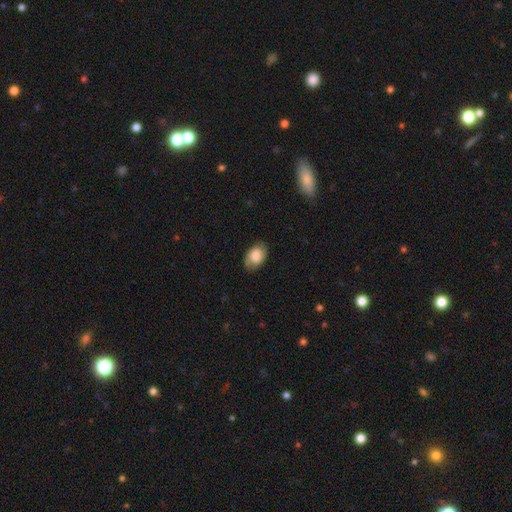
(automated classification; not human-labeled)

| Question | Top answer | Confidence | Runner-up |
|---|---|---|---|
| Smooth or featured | smooth | 73% | featured or disk (19%) |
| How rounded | in between | 88% | round (11%) |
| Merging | none | 71% | minor disturbance (22%) |